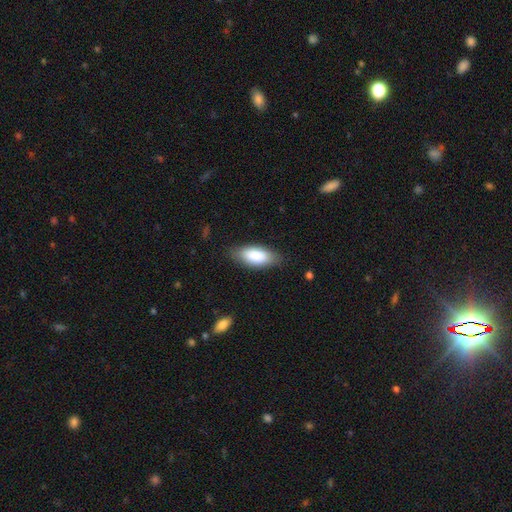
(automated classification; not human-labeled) Q: Smooth or featured?
A: smooth (85%); runner-up: featured or disk (9%)
Q: How rounded?
A: in between (87%); runner-up: cigar-shaped (11%)
Q: Merging?
A: none (80%); runner-up: minor disturbance (15%)